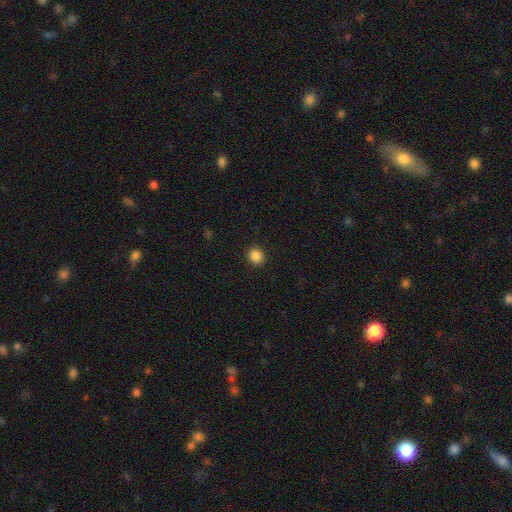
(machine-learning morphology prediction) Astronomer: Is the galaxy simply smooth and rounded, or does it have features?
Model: smooth — 87%.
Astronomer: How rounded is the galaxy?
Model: round — 88%.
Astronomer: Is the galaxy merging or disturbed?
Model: none — 92%.